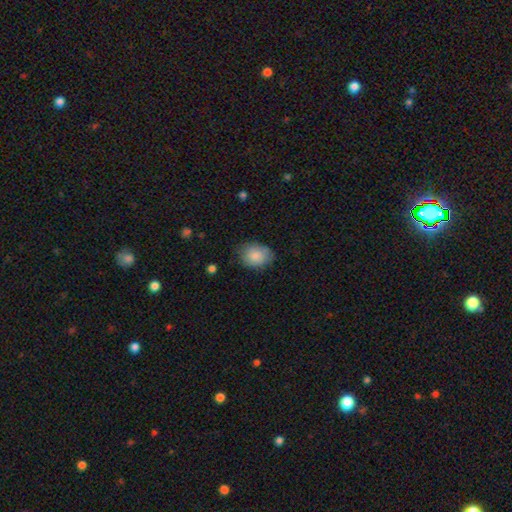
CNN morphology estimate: The model was most divided on "how rounded": in between: 58%, round: 41%, cigar-shaped: 1%. More confident: smooth or featured — smooth (84%); merging — none (72%).